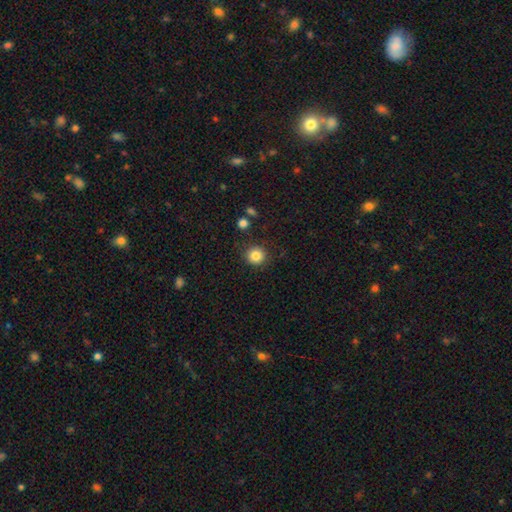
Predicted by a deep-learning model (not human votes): smooth-or-featured: smooth: 84% | star or artifact: 10% | featured or disk: 5%
  how-rounded: round: 93% | in between: 6% | cigar-shaped: 1%
  merging: none: 88% | minor disturbance: 7% | major disturbance: 3% | merger: 2%